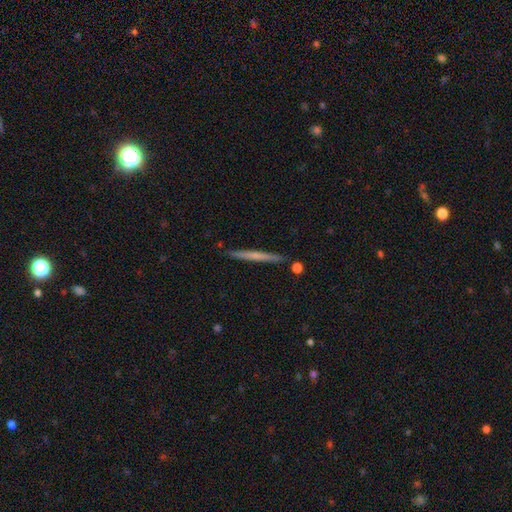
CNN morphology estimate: This is possibly a smooth galaxy (51%). How rounded: clearly cigar-shaped (97%). Merging: clearly none (89%).